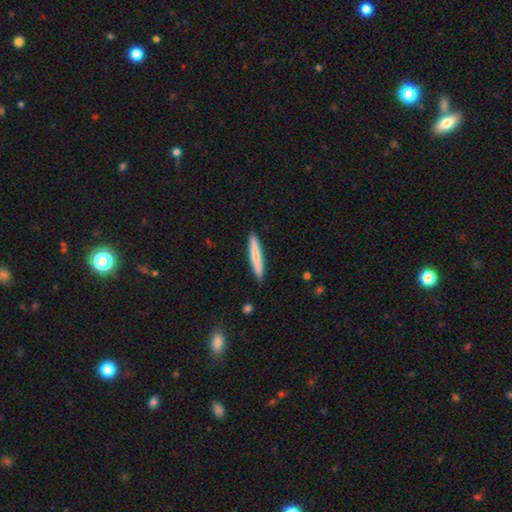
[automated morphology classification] A smooth galaxy with no disk features (75%) that is cigar-shaped (95%).

Vote fractions:
- Smooth or featured? smooth: 75% / featured or disk: 20% / star or artifact: 5%
- How rounded? cigar-shaped: 95% / in between: 4% / round: 1%
- Merging? none: 89% / minor disturbance: 8% / major disturbance: 1% / merger: 1%